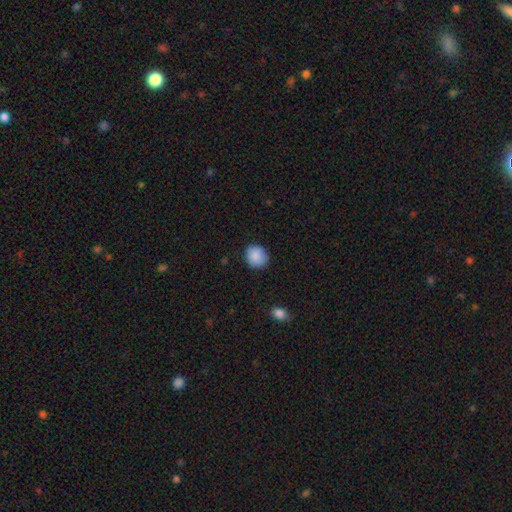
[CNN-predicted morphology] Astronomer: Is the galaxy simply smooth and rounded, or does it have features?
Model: smooth — 88%.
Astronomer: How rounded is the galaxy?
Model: round — 84%.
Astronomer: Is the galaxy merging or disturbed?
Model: none — 85%.